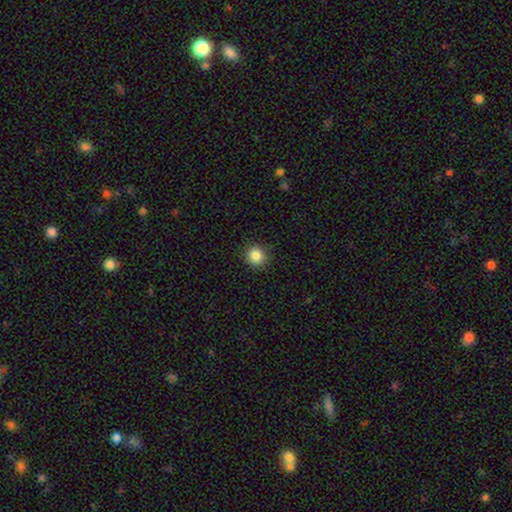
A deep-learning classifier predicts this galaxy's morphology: smooth-or-featured: smooth: 86% | star or artifact: 10% | featured or disk: 4%
  how-rounded: round: 93% | in between: 6% | cigar-shaped: 1%
  merging: none: 90% | minor disturbance: 7% | major disturbance: 2% | merger: 1%